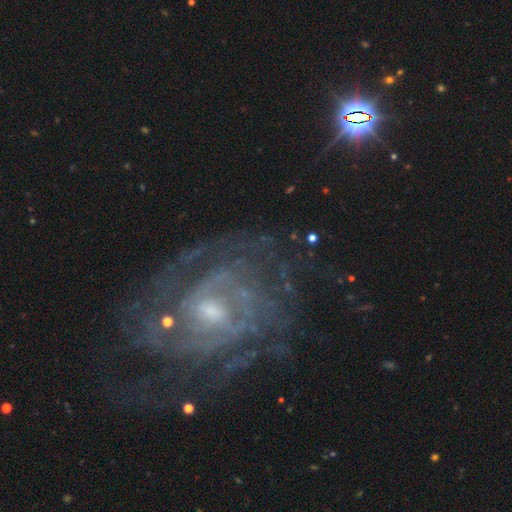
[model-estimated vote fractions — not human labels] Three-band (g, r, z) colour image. It shows a featured or disk galaxy (86%) with no bar (45%), tight (66%) spiral arms (94%) and a small central bulge (53%). Merging: none (70%).